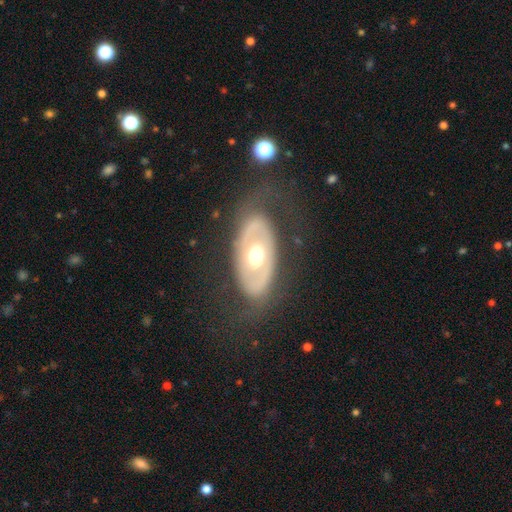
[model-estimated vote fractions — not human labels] Smooth or featured?
  - featured or disk: 62% *
  - smooth: 32%
  - star or artifact: 6%
Edge-on disk?
  - no: 88% *
  - yes: 12%
Bar?
  - no: 84% *
  - weak: 11%
  - strong: 5%
Spiral arms?
  - no: 80% *
  - yes: 20%
Bulge size?
  - moderate: 65% *
  - large: 27%
  - small: 5%
  - dominant: 3%
  - none: 1%
Merging?
  - none: 71% *
  - minor disturbance: 15%
  - major disturbance: 13%
  - merger: 1%